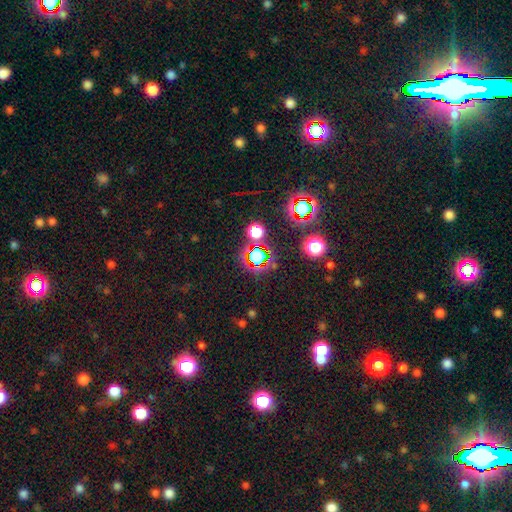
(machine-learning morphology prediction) smooth_or_featured: star or artifact (p=0.65) [alt: smooth p=0.25]